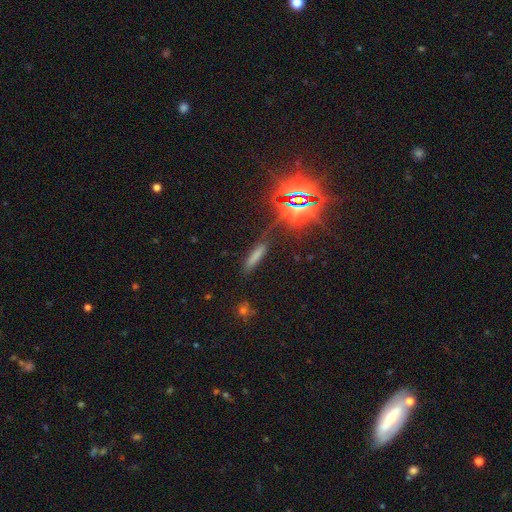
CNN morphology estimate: smooth 68%, star or artifact 21%, featured or disk 11%. Down the decision tree: how rounded — cigar-shaped (82%); merging — none (76%).